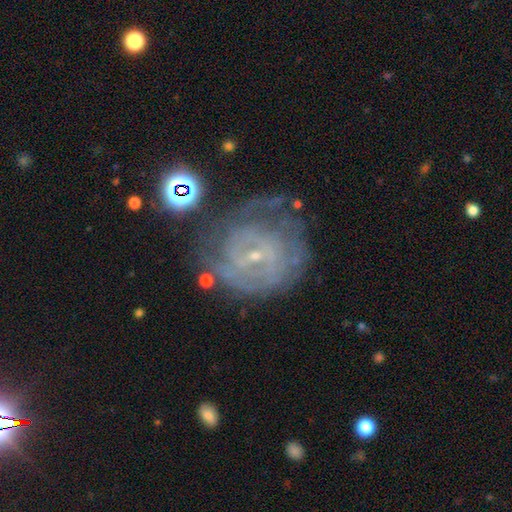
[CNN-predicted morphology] Smooth or featured?
  - featured or disk: 73% *
  - smooth: 16%
  - star or artifact: 11%
Edge-on disk?
  - no: 97% *
  - yes: 3%
Bar?
  - weak: 47% *
  - no: 39%
  - strong: 14%
Spiral arms?
  - yes: 80% *
  - no: 20%
Spiral winding?
  - tight: 65% *
  - medium: 26%
  - loose: 9%
Spiral arm count?
  - can't tell: 55% *
  - 2: 19%
  - 3: 10%
  - 4: 7%
  - 1: 5%
  - more than 4: 5%
Bulge size?
  - small: 83% *
  - moderate: 11%
  - none: 4%
  - large: 1%
  - dominant: 1%
Merging?
  - none: 55% *
  - minor disturbance: 23%
  - major disturbance: 18%
  - merger: 4%